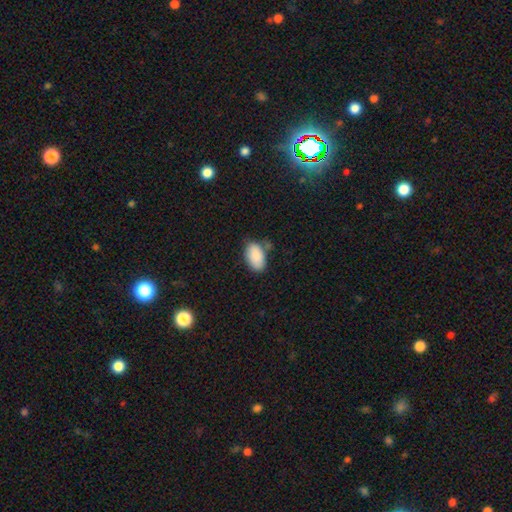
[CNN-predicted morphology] This is clearly a smooth galaxy (89%). How rounded: clearly in between (94%). Merging: likely none (68%).